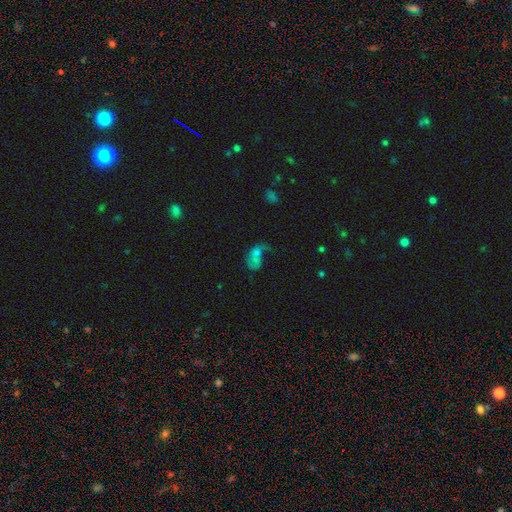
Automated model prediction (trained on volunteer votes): smooth-or-featured: smooth: 44% | featured or disk: 42% | star or artifact: 15%
  merging: major disturbance: 47% | none: 21% | minor disturbance: 16% | merger: 16%